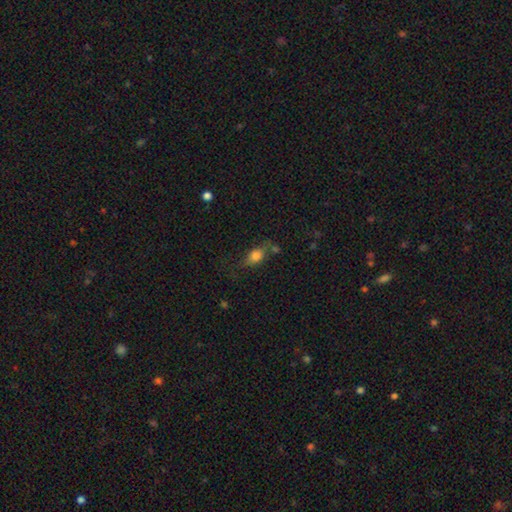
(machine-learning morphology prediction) type=smooth (75%); roundness=in between (75%); merging=none (53%).